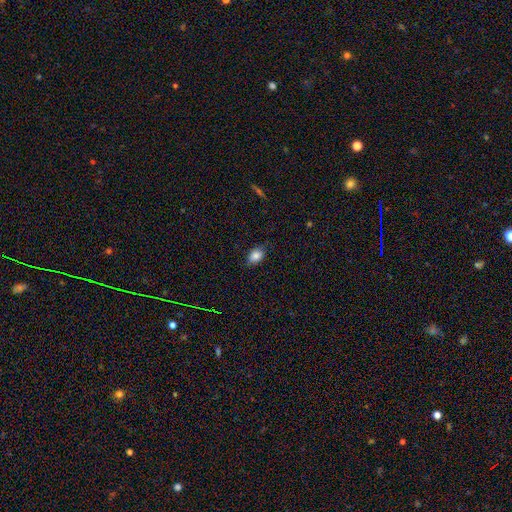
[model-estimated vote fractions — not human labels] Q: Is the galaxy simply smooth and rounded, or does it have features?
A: smooth — 84%.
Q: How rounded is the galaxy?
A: in between — 79%.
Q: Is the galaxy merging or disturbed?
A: none — 78%.